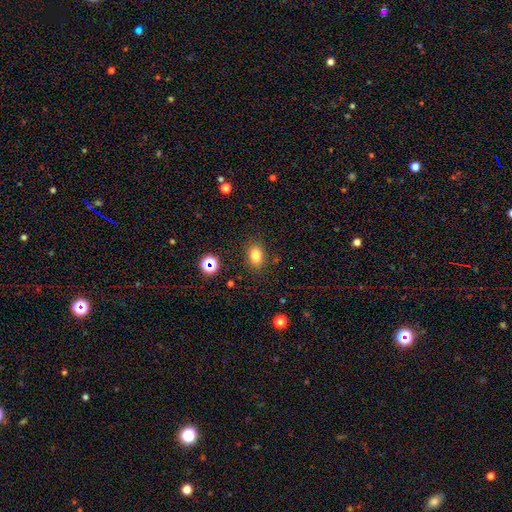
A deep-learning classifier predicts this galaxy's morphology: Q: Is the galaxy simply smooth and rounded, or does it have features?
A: smooth — 79%.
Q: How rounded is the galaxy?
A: in between — 75%.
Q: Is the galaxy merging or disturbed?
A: none — 83%.